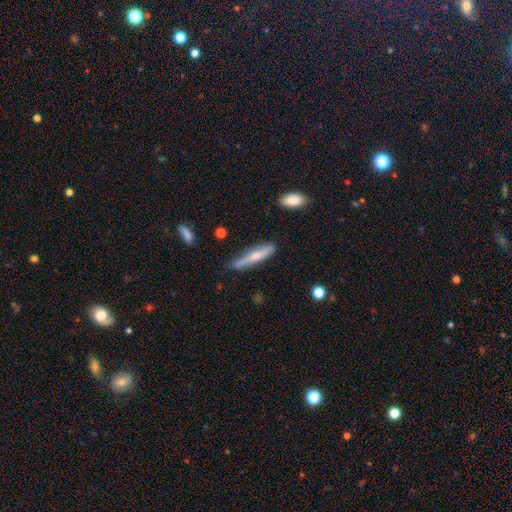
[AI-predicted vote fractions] The model was most divided on "smooth or featured": smooth: 60%, featured or disk: 33%, star or artifact: 6%. More confident: how rounded — cigar-shaped (88%); merging — none (63%).